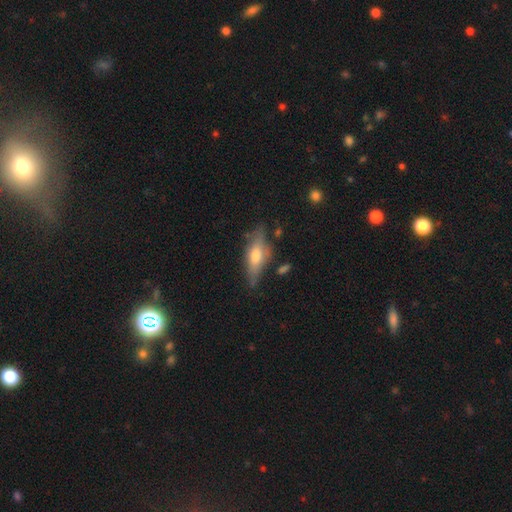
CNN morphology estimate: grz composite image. It shows a featured or disk galaxy (52%) viewed edge-on (83%). Merging: none (70%).